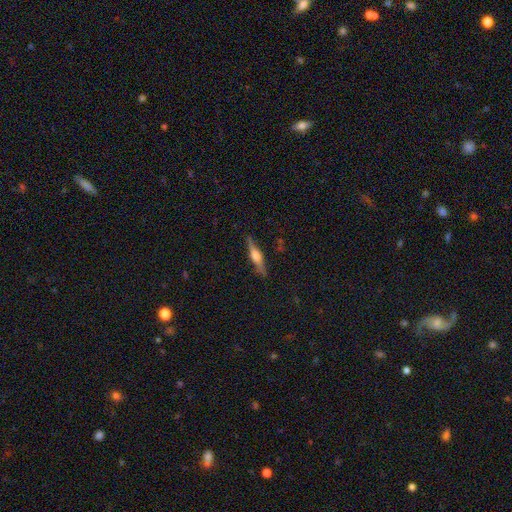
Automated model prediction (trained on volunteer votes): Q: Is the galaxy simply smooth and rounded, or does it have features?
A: featured or disk — 72%.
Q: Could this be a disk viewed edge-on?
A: yes — 97%.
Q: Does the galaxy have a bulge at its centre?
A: rounded — 87%.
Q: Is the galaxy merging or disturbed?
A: none — 87%.